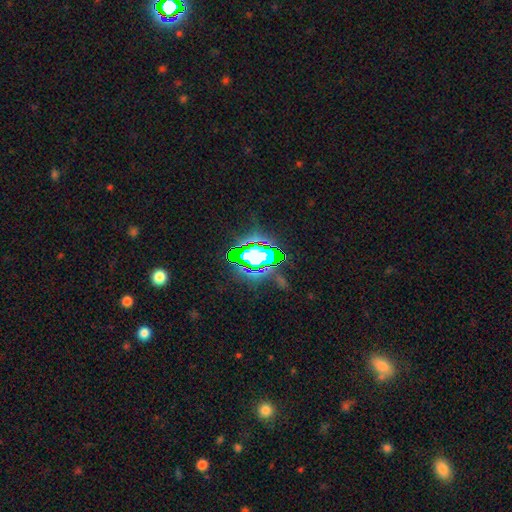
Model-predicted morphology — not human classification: This is likely a star or artifact rather than a galaxy (79%).